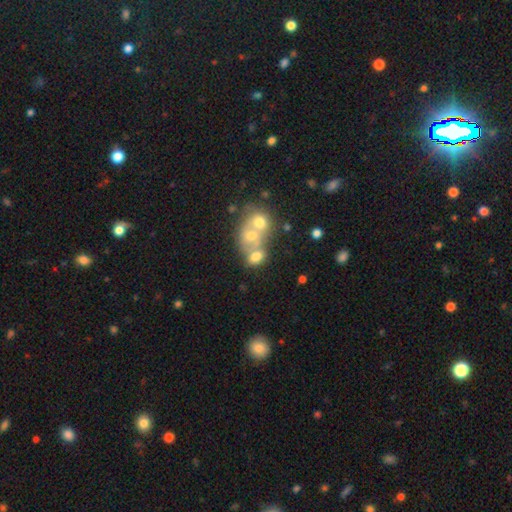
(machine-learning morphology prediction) Overall: smooth (58%; featured or disk 26%). How rounded: round (54%; in between 45%). Merging: merger (63%; none 25%).